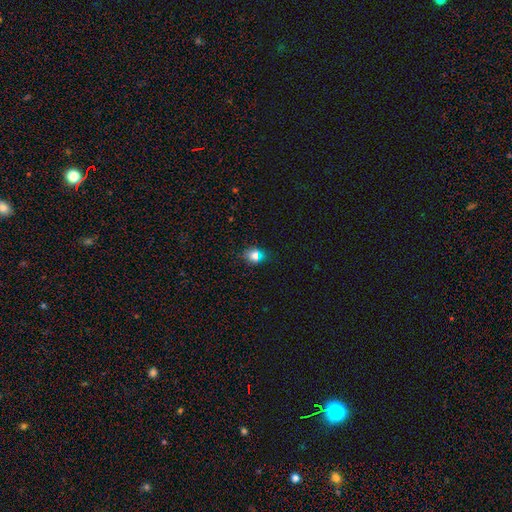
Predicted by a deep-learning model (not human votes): smooth-or-featured: smooth: 74% | star or artifact: 18% | featured or disk: 7%
  how-rounded: round: 54% | in between: 44% | cigar-shaped: 2%
  merging: none: 83% | minor disturbance: 12% | major disturbance: 3% | merger: 2%